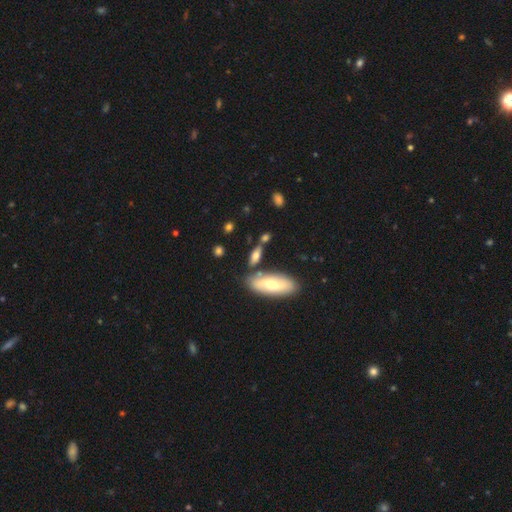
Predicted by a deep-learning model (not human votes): smooth_or_featured: smooth (p=0.61) [alt: featured or disk p=0.32]
how_rounded: in between (p=0.61) [alt: cigar-shaped p=0.34]
merging: none (p=0.66) [alt: merger p=0.16]